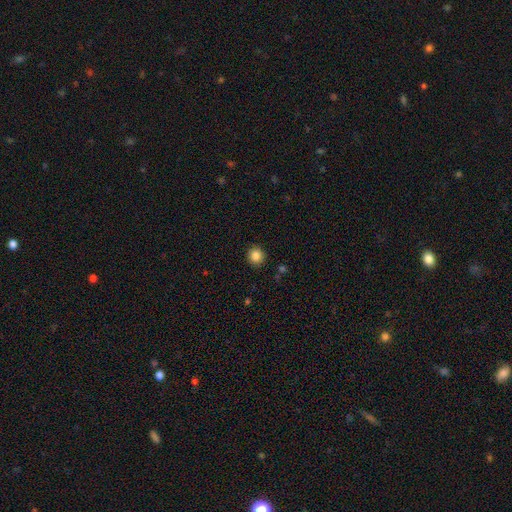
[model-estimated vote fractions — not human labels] Morphology: type=smooth (85%); roundness=round (91%); merging=none (91%).